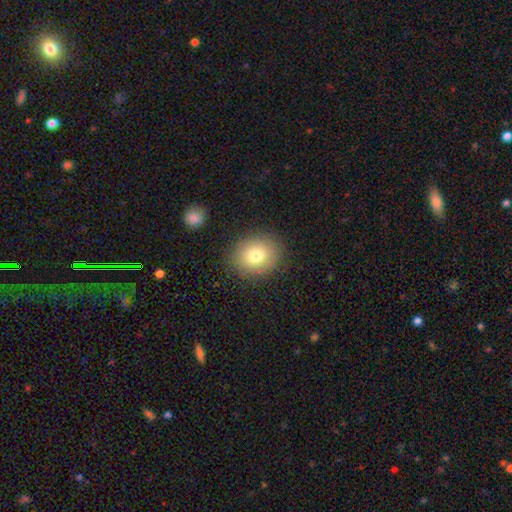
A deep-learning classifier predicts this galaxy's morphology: The model was most divided on "how rounded": round: 64%, in between: 35%, cigar-shaped: 1%. More confident: merging — none (87%); smooth or featured — smooth (78%).